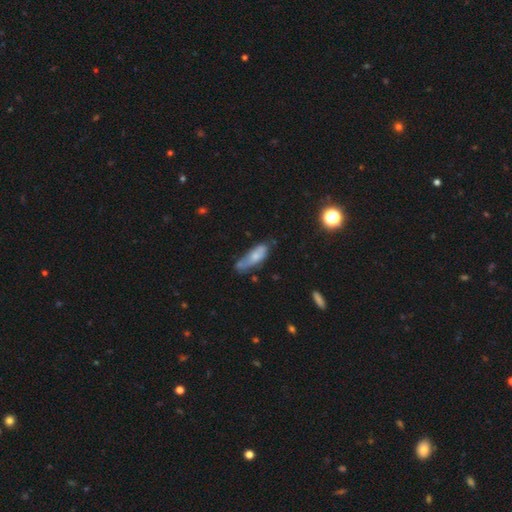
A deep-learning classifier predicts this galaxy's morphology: type=smooth (62%); roundness=in between (58%); merging=none (39%).